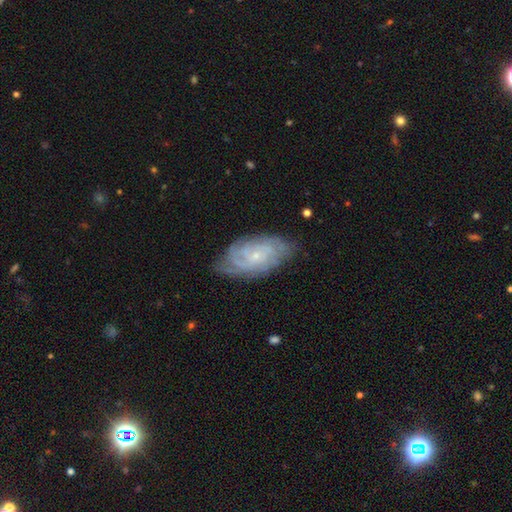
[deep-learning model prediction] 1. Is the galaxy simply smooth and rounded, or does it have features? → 81% featured or disk, 12% smooth, 7% star or artifact.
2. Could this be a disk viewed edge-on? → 95% no, 5% yes.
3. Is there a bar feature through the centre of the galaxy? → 70% no, 26% weak, 5% strong.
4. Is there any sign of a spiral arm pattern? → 95% yes, 5% no.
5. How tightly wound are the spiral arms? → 70% tight, 25% medium, 5% loose.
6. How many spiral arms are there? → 35% can't tell, 18% 3, 18% 4, 17% 2, 7% more than 4, 6% 1.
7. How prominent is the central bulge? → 80% small, 14% moderate, 4% none, 1% large, 1% dominant.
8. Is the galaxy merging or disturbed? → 74% none, 19% minor disturbance, 5% major disturbance, 1% merger.